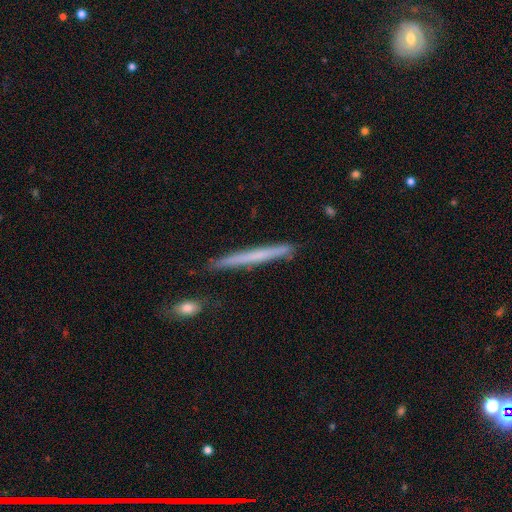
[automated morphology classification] smooth 55%, featured or disk 39%, star or artifact 6%. Down the decision tree: how rounded — cigar-shaped (97%); merging — none (89%).